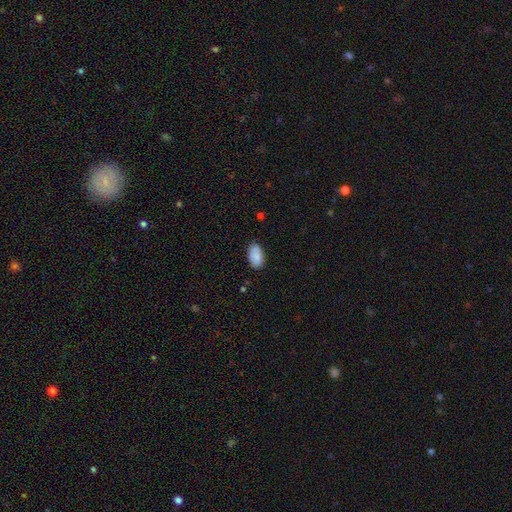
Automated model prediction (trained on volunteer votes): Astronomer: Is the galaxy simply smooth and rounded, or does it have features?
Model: smooth — 87%.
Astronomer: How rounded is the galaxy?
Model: in between — 94%.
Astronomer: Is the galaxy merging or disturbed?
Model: none — 80%.